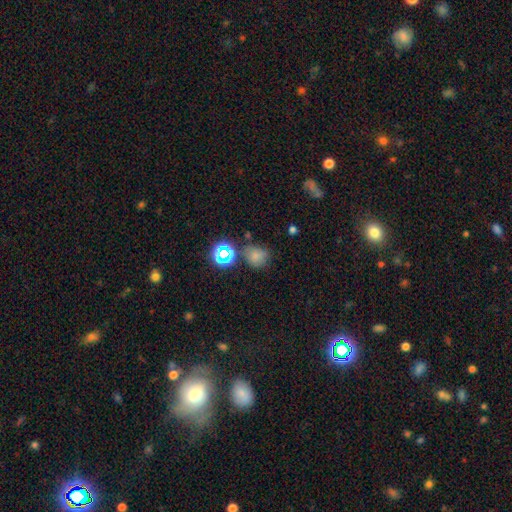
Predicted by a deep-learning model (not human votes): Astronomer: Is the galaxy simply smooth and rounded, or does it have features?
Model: smooth — 68%.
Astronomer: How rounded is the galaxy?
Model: round — 67%.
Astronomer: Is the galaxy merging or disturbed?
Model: none — 62%.